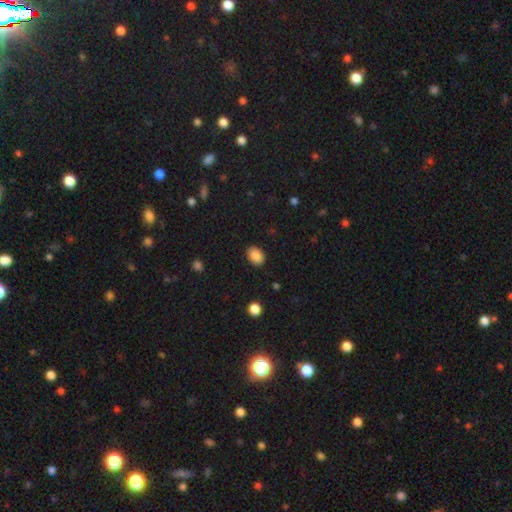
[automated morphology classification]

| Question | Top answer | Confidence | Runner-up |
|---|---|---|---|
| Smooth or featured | smooth | 88% | star or artifact (8%) |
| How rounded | in between | 76% | round (24%) |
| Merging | none | 89% | minor disturbance (8%) |